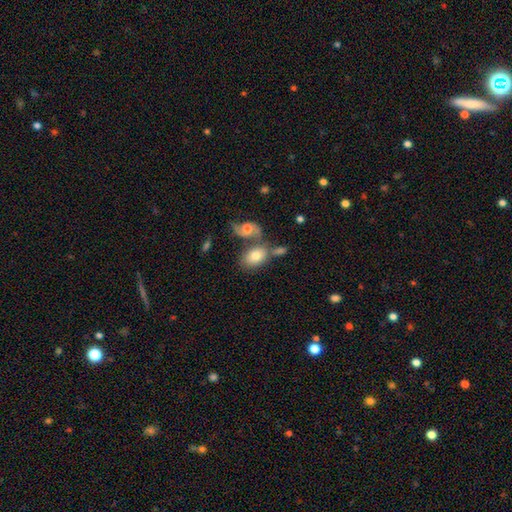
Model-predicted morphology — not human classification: This appears to be a smooth galaxy with no disk features (72%) that is in between round and cigar-shaped (85%). Merging: merger (41%).